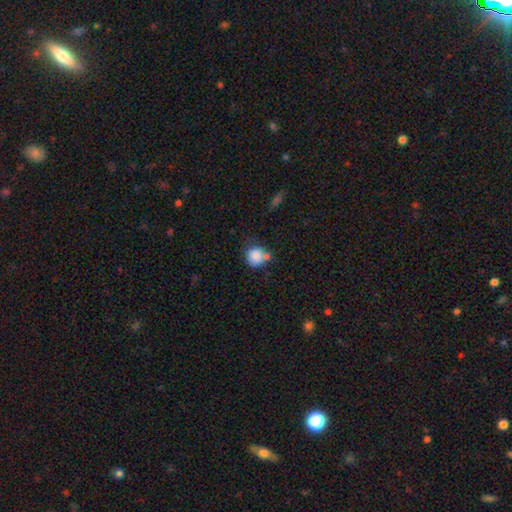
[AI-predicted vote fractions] This appears to be a smooth galaxy with no disk features (85%) that is round (87%). Merging: none (55%).